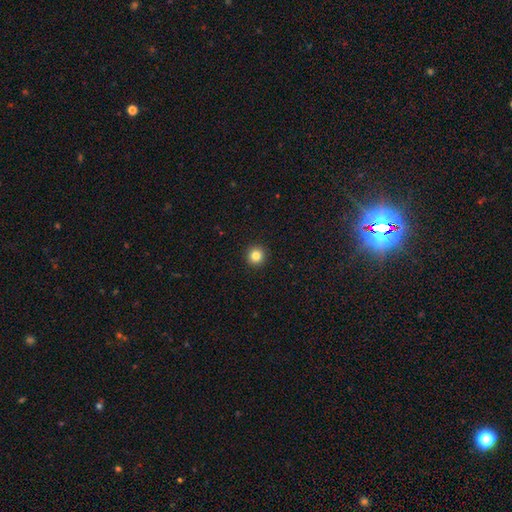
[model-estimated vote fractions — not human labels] Morphology: type=smooth (83%); roundness=round (95%); merging=none (94%).